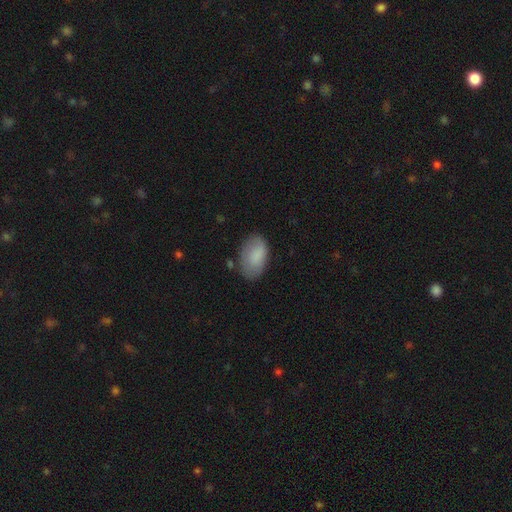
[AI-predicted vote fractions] Overall: smooth (84%). How rounded: in between (93%). Merging: none (69%).